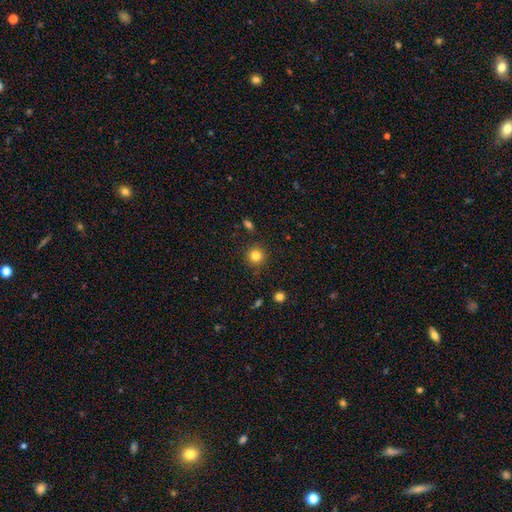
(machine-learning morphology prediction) Smooth or featured: smooth — 82% (star or artifact — 12%)
How rounded: round — 94% (in between — 5%)
Merging: none — 90% (minor disturbance — 6%)